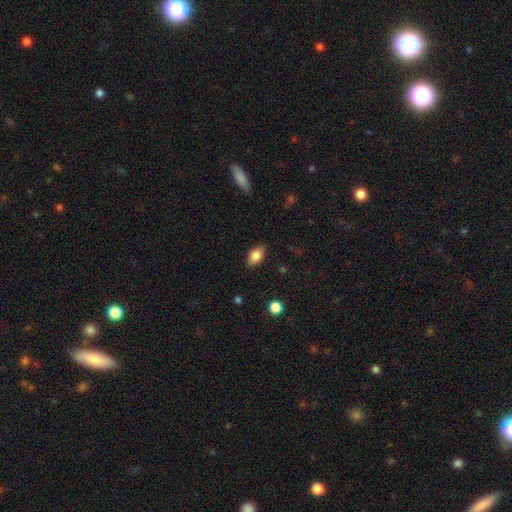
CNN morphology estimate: Overall: smooth (78%). How rounded: in between (86%). Merging: none (82%).